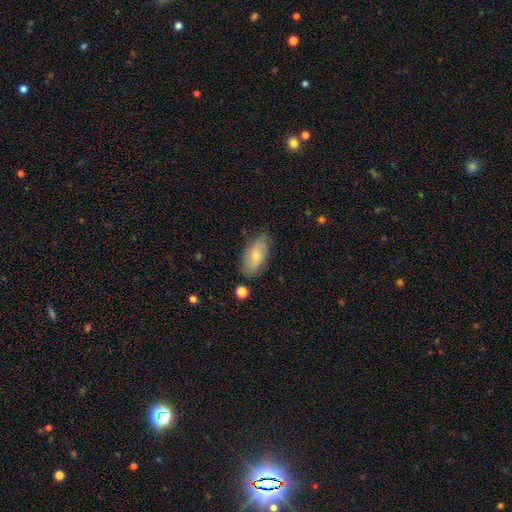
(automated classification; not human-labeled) Q: Smooth or featured?
A: smooth (67%); runner-up: featured or disk (26%)
Q: How rounded?
A: in between (91%); runner-up: cigar-shaped (6%)
Q: Merging?
A: none (74%); runner-up: minor disturbance (20%)